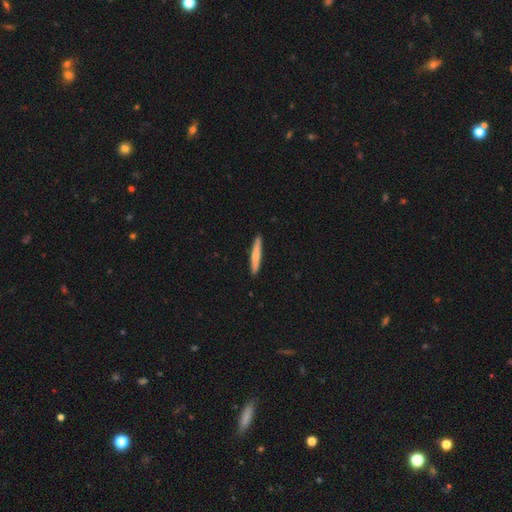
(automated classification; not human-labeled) A smooth galaxy with no disk features (70%) that is cigar-shaped (94%). Merging: none (91%).